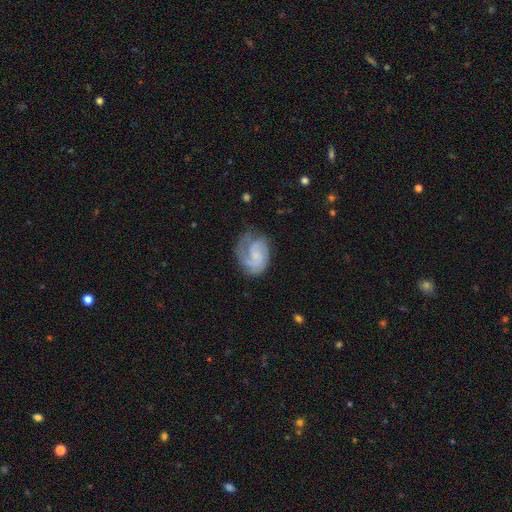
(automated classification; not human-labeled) A featured or disk galaxy (74%) with no bar (61%), 2 (42%) medium (43%) spiral arms (93%) and a small central bulge (53%). Merging: none (56%).